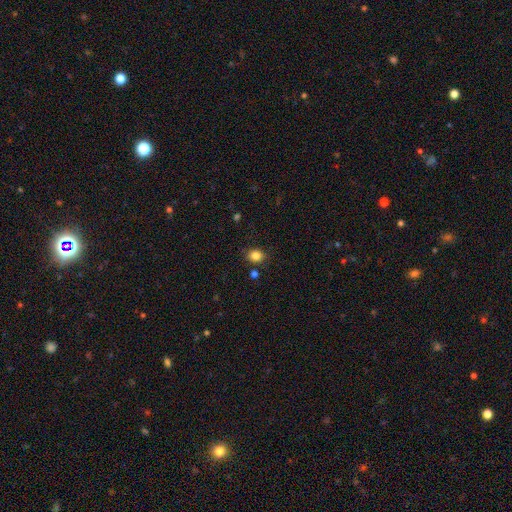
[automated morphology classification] smooth-or-featured: smooth: 83% | star or artifact: 11% | featured or disk: 5%
  how-rounded: round: 62% | in between: 37% | cigar-shaped: 1%
  merging: none: 84% | minor disturbance: 10% | merger: 3% | major disturbance: 3%